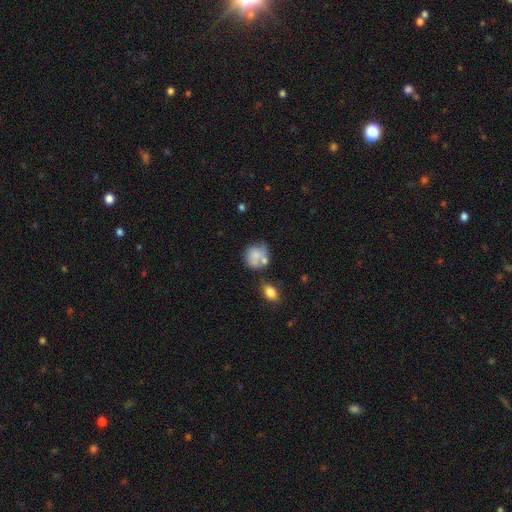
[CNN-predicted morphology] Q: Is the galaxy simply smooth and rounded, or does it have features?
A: smooth — 71%.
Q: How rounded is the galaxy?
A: round — 71%.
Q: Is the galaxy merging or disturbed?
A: none — 44%.